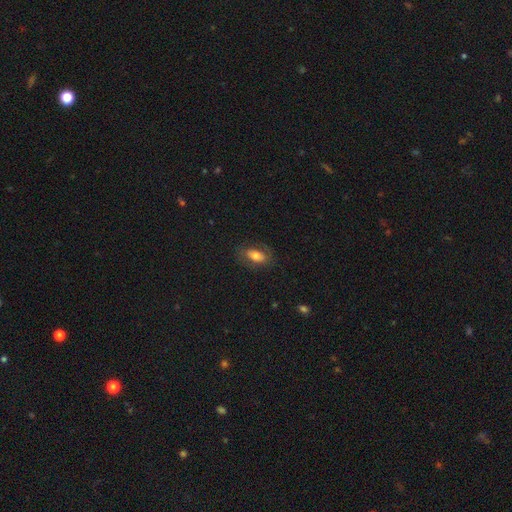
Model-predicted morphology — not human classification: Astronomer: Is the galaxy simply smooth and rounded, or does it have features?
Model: smooth — 63%.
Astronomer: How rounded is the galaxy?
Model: in between — 87%.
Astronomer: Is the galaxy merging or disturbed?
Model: none — 71%.